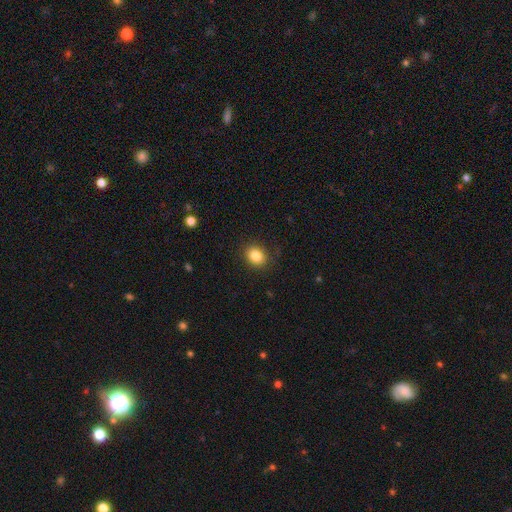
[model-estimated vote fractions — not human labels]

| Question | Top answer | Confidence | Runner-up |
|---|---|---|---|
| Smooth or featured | smooth | 86% | star or artifact (9%) |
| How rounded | round | 51% | in between (48%) |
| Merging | none | 87% | minor disturbance (9%) |